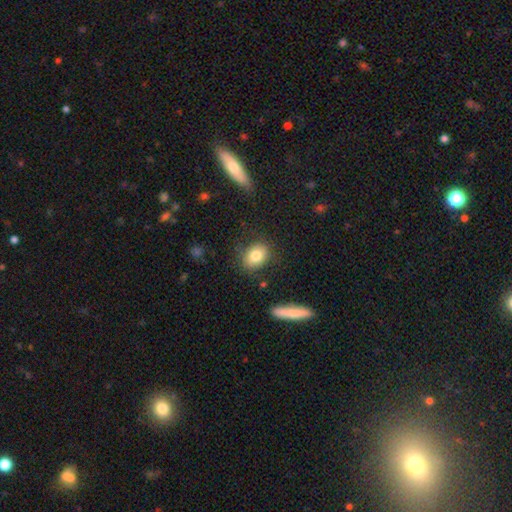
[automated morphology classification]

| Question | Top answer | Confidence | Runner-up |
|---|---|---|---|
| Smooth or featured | smooth | 81% | featured or disk (11%) |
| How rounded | in between | 56% | round (43%) |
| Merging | none | 82% | minor disturbance (12%) |